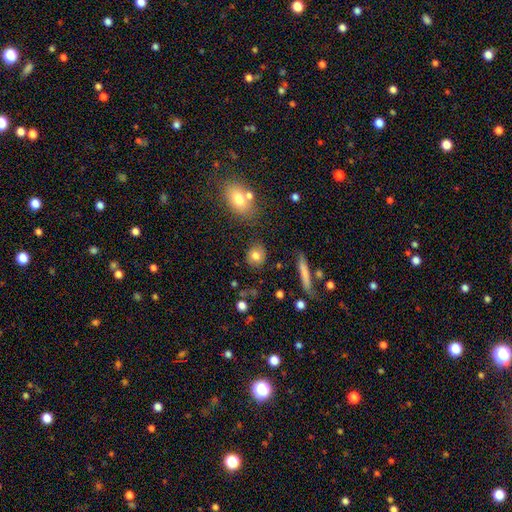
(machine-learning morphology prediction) The model was most divided on "how rounded": round: 75%, in between: 22%, cigar-shaped: 3%. More confident: merging — none (83%); smooth or featured — smooth (79%).